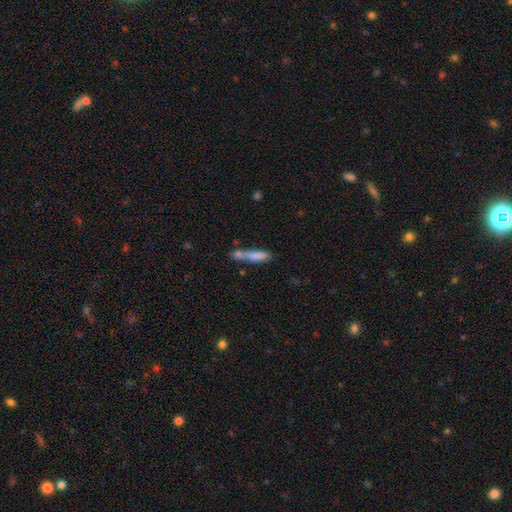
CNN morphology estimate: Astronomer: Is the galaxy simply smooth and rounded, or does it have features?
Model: smooth — 75%.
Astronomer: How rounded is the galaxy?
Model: cigar-shaped — 80%.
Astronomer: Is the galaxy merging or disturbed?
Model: none — 38% (runner-up: merger, 36%).